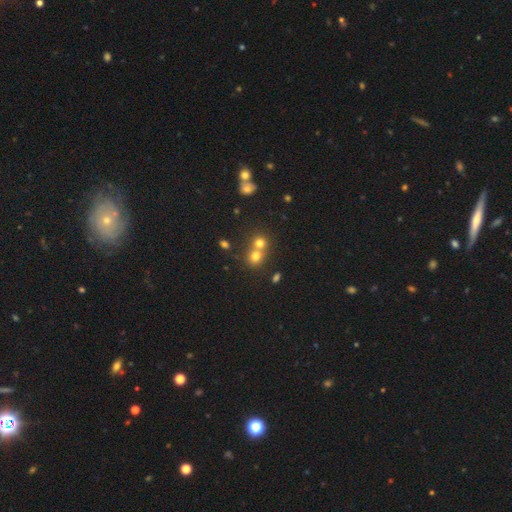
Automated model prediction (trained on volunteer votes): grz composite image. It shows a smooth galaxy with no disk features (71%) that is round (78%). Merging: merger (50%).